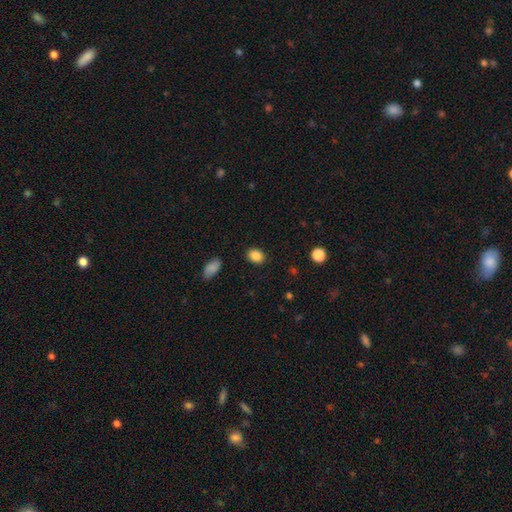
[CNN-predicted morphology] A smooth galaxy with no disk features (87%) that is in between round and cigar-shaped (67%).

Vote fractions:
- Smooth or featured? smooth: 87% / star or artifact: 9% / featured or disk: 4%
- How rounded? in between: 67% / round: 32% / cigar-shaped: 1%
- Merging? none: 88% / minor disturbance: 8% / major disturbance: 3% / merger: 1%